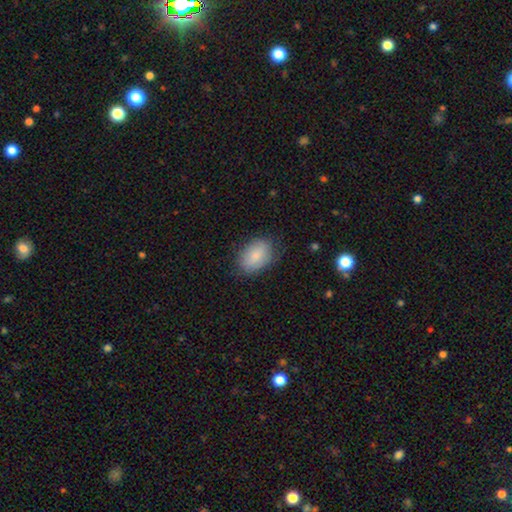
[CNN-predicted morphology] type=smooth (82%); roundness=in between (85%); merging=none (76%).